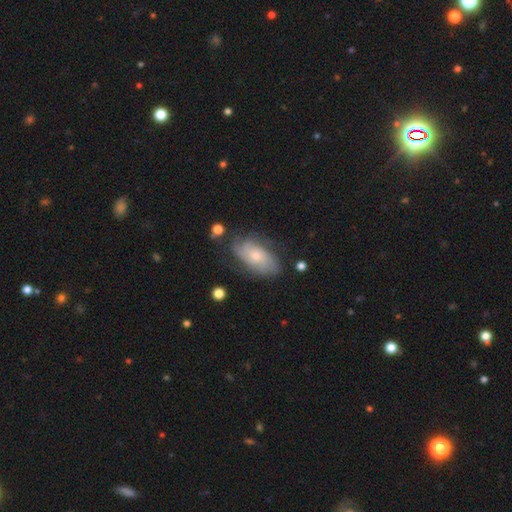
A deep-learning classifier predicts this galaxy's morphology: A featured or disk galaxy (68%) with no bar (77%), tight (49%) spiral arms (90%) and a small central bulge (60%). Merging: none (69%).